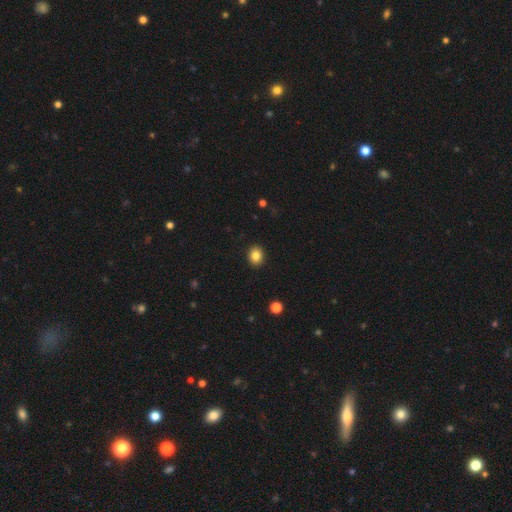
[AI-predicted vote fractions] smooth_or_featured: smooth (p=0.84) [alt: star or artifact p=0.10]
how_rounded: round (p=0.64) [alt: in between p=0.35]
merging: none (p=0.91) [alt: minor disturbance p=0.06]